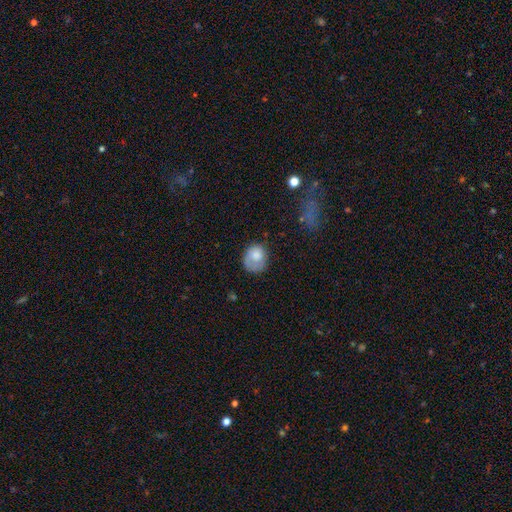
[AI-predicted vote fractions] smooth_or_featured: smooth (p=0.73) [alt: featured or disk p=0.19]
how_rounded: round (p=0.60) [alt: in between p=0.39]
merging: none (p=0.51) [alt: minor disturbance p=0.28]